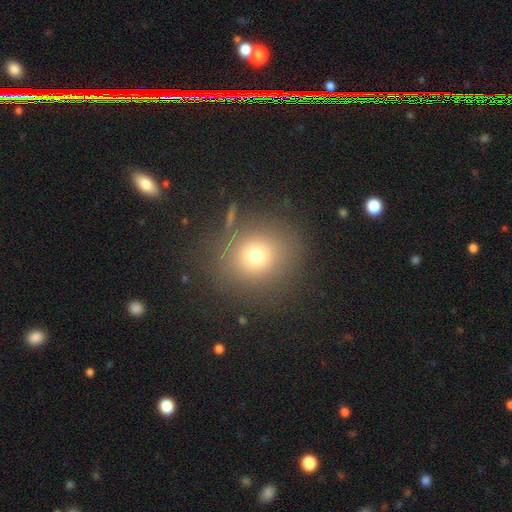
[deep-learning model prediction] This is likely a smooth galaxy (70%). How rounded: clearly round (85%). Merging: clearly none (83%).